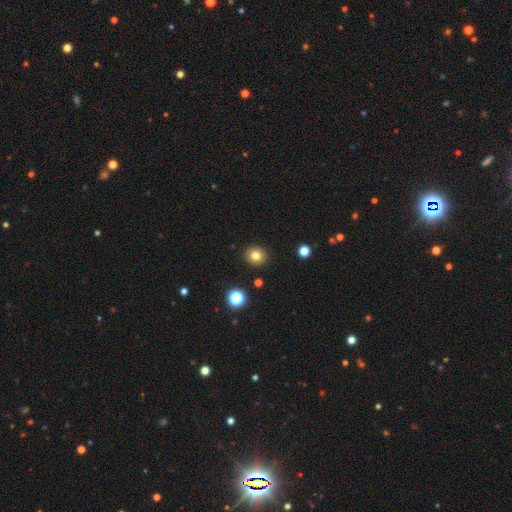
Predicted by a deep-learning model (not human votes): A smooth galaxy with no disk features (80%) that is round (85%).

Vote fractions:
- Smooth or featured? smooth: 80% / star or artifact: 12% / featured or disk: 8%
- How rounded? round: 85% / in between: 14% / cigar-shaped: 1%
- Merging? none: 91% / minor disturbance: 6% / major disturbance: 2% / merger: 2%